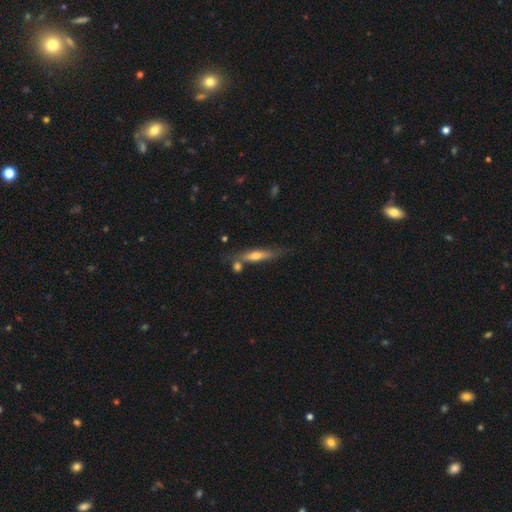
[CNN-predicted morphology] type=featured or disk (48%); merging=none (61%).